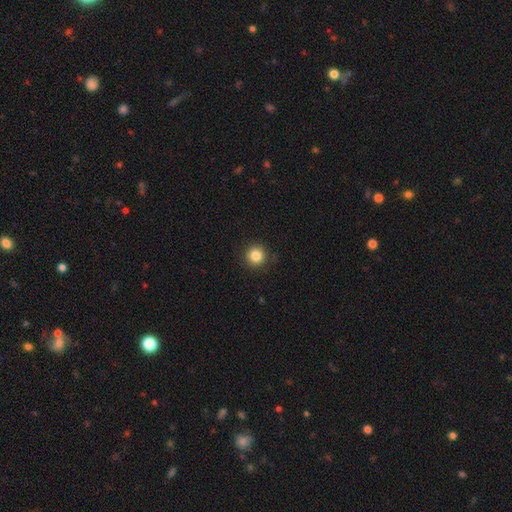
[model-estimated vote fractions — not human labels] smooth_or_featured: smooth (p=0.85) [alt: star or artifact p=0.11]
how_rounded: round (p=0.95) [alt: in between p=0.04]
merging: none (p=0.91) [alt: minor disturbance p=0.06]